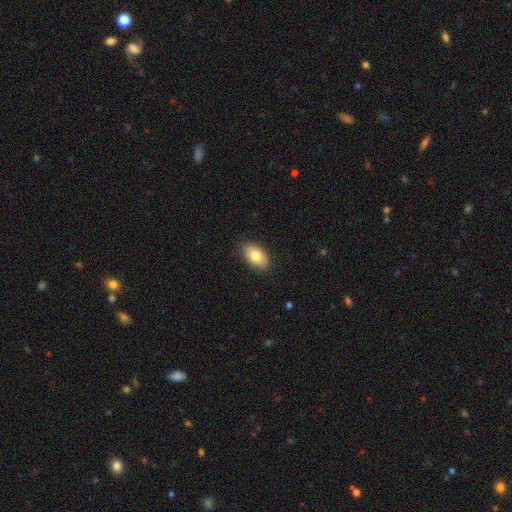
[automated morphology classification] This is clearly a smooth galaxy (80%). How rounded: clearly in between (92%). Merging: clearly none (87%).